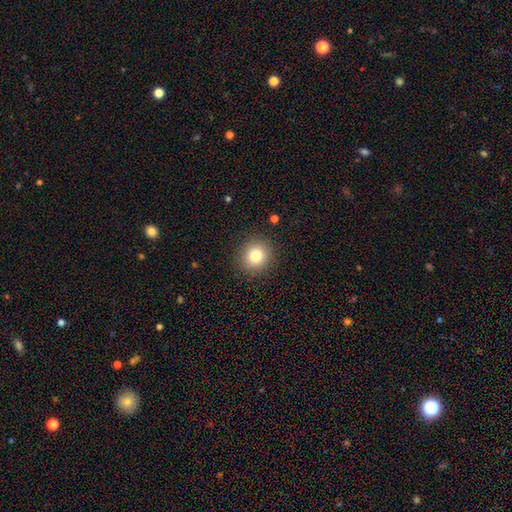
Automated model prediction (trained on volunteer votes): A smooth galaxy with no disk features (80%) that is round (87%).

Vote fractions:
- Smooth or featured? smooth: 80% / star or artifact: 12% / featured or disk: 8%
- How rounded? round: 87% / in between: 12% / cigar-shaped: 1%
- Merging? none: 90% / minor disturbance: 7% / major disturbance: 3% / merger: 1%